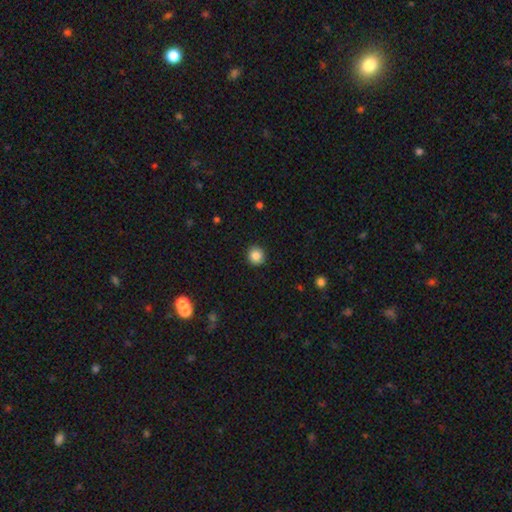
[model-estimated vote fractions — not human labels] The model was most divided on "smooth or featured": smooth: 86%, star or artifact: 10%, featured or disk: 4%. More confident: merging — none (91%); how rounded — round (90%).